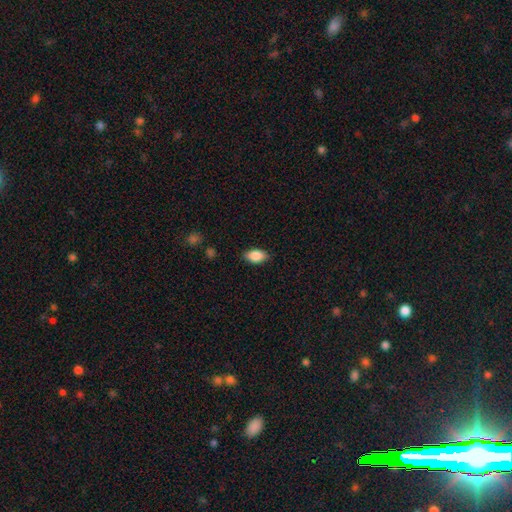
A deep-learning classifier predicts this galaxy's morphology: This appears to be a smooth galaxy with no disk features (86%) that is in between round and cigar-shaped (90%). Merging: none (86%).